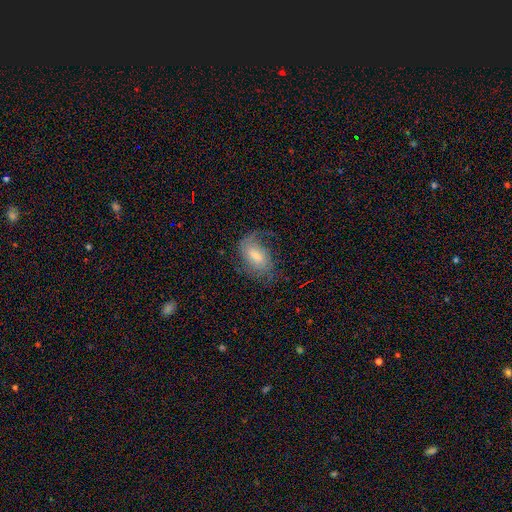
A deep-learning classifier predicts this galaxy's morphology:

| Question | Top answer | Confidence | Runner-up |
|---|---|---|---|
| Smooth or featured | featured or disk | 57% | smooth (34%) |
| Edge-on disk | no | 95% | yes (5%) |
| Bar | weak | 46% | no (42%) |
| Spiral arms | yes | 85% | no (15%) |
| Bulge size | moderate | 52% | small (33%) |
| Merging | none | 55% | minor disturbance (23%) |